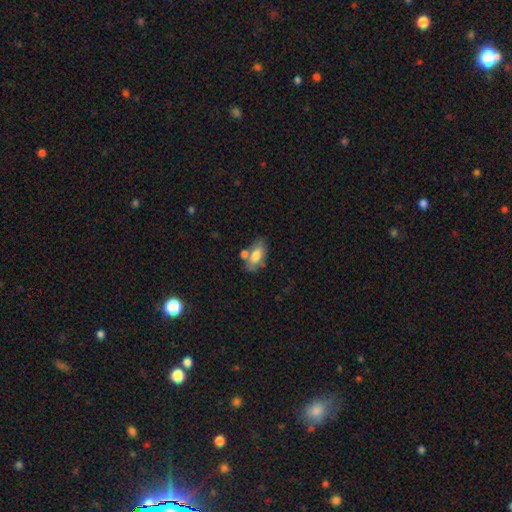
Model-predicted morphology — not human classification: smooth_or_featured: smooth (p=0.69) [alt: featured or disk p=0.24]
how_rounded: in between (p=0.89) [alt: cigar-shaped p=0.06]
merging: none (p=0.52) [alt: merger p=0.23]